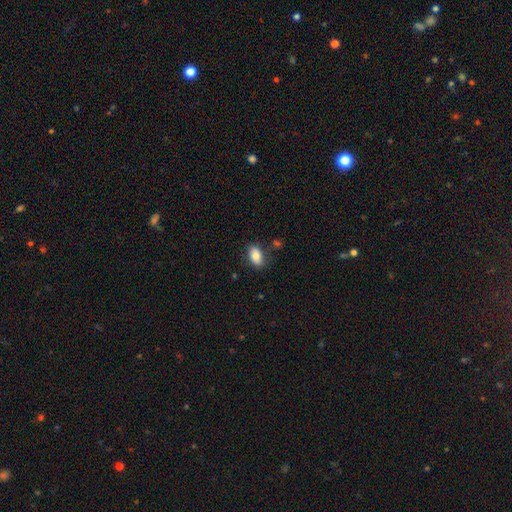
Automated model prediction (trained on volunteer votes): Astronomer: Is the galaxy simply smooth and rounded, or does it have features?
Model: smooth — 81%.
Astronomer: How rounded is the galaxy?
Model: in between — 90%.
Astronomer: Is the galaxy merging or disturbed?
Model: none — 79%.